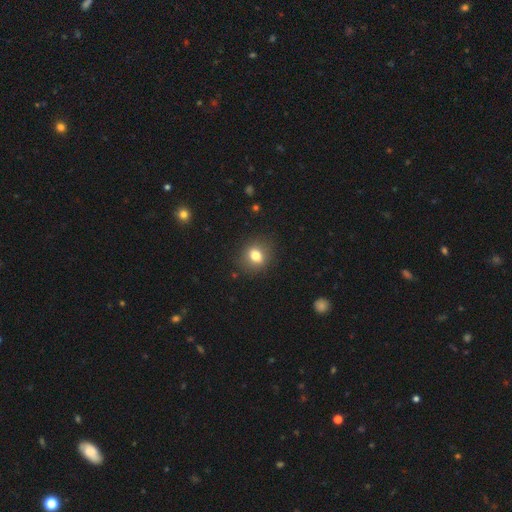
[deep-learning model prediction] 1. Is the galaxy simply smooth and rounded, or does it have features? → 77% smooth, 11% featured or disk, 11% star or artifact.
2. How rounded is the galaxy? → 60% round, 38% in between, 1% cigar-shaped.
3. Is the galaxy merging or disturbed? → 86% none, 10% minor disturbance, 3% major disturbance, 1% merger.